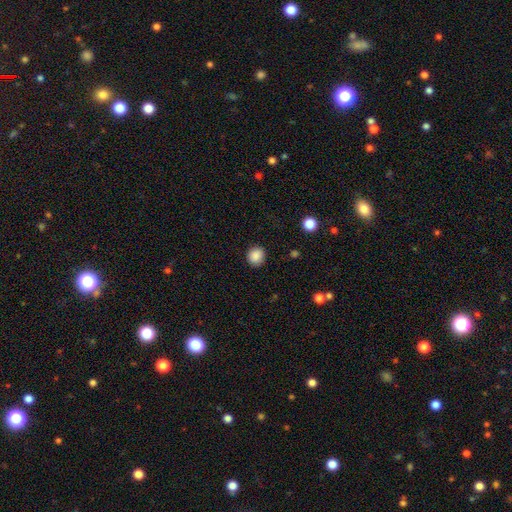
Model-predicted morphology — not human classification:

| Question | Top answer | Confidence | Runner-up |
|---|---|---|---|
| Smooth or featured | smooth | 88% | star or artifact (9%) |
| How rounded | round | 89% | in between (10%) |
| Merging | none | 90% | minor disturbance (7%) |